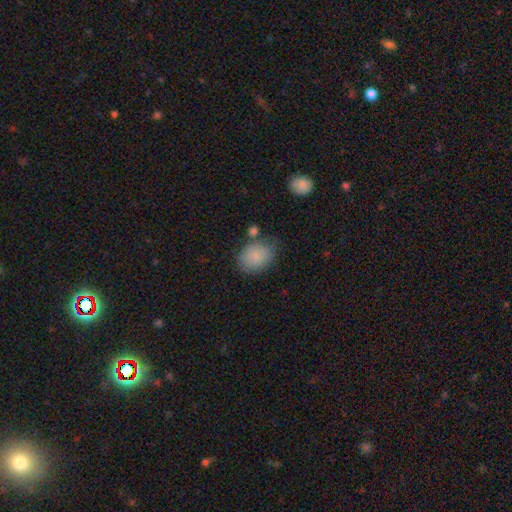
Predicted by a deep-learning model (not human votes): The model was most divided on "how rounded": in between: 69%, round: 30%, cigar-shaped: 1%. More confident: smooth or featured — smooth (85%); merging — none (62%).